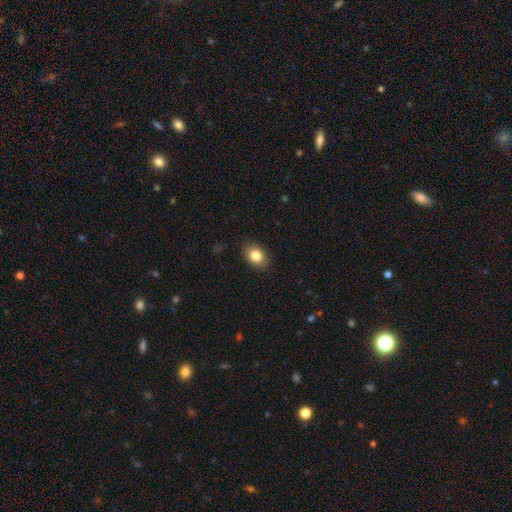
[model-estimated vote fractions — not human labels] Smooth or featured? Predicted: smooth (p=0.83). How rounded? Predicted: in between (p=0.70). Merging? Predicted: none (p=0.86).